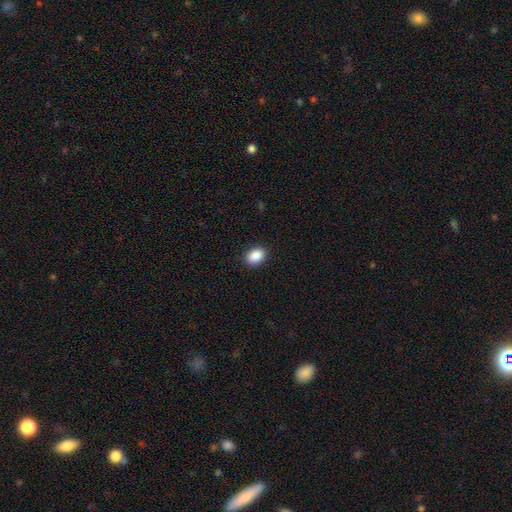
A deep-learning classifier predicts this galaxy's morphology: A smooth galaxy with no disk features (89%) that is in between round and cigar-shaped (73%).

Vote fractions:
- Smooth or featured? smooth: 89% / star or artifact: 8% / featured or disk: 3%
- How rounded? in between: 73% / round: 26% / cigar-shaped: 1%
- Merging? none: 90% / minor disturbance: 7% / major disturbance: 2% / merger: 1%